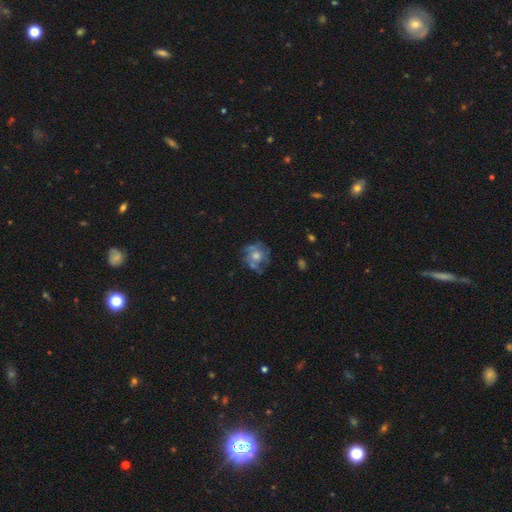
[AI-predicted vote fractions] Morphology: type=featured or disk (53%); edge-on=no (97%); bar=no (87%); spiral arms=no (55%); bulge=moderate (58%); merging=none (57%).